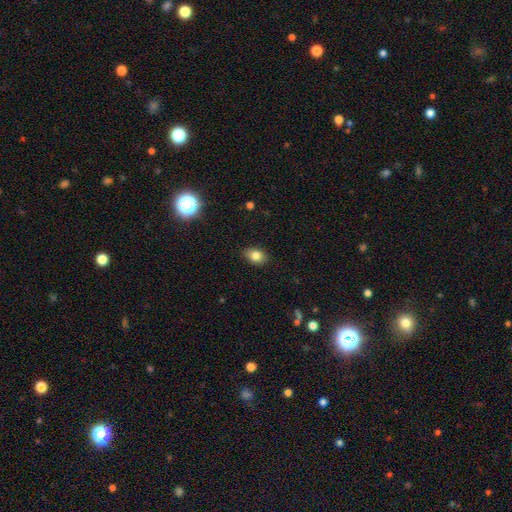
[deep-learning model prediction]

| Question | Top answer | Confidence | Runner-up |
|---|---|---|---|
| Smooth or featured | smooth | 82% | star or artifact (11%) |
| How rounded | in between | 71% | round (27%) |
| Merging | none | 86% | minor disturbance (11%) |